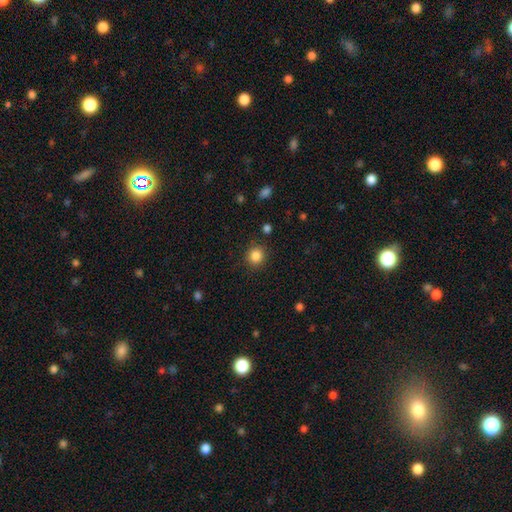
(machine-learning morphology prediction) A smooth galaxy with no disk features (85%) that is round (89%). Merging: none (88%).